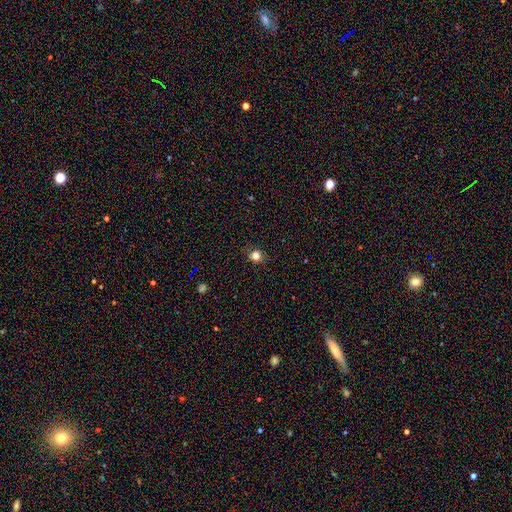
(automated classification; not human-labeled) This is likely a smooth galaxy (78%). How rounded: clearly round (84%). Merging: clearly none (87%).